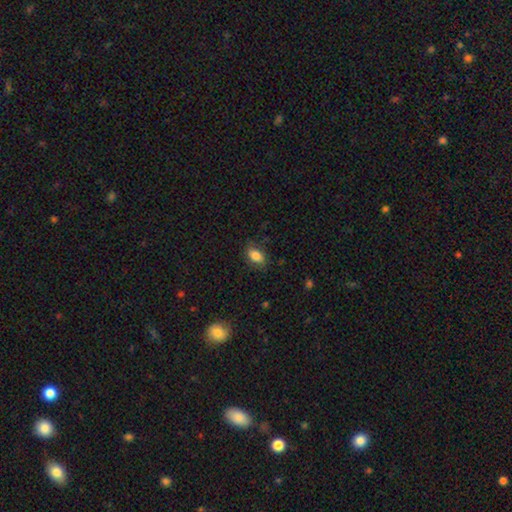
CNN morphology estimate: Smooth or featured: smooth — 84% (star or artifact — 9%)
How rounded: in between — 86% (round — 11%)
Merging: none — 79% (minor disturbance — 16%)